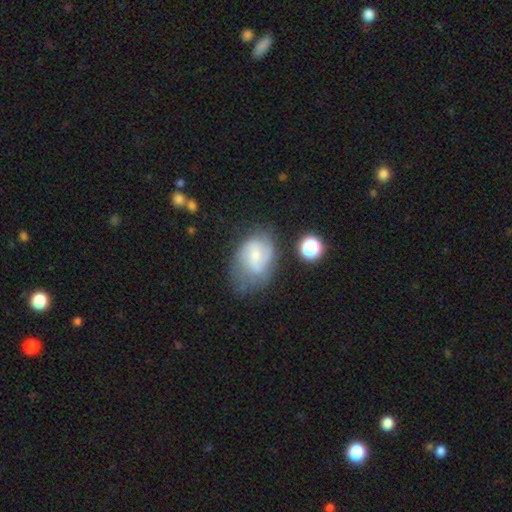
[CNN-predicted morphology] Smooth or featured? Predicted: featured or disk (p=0.58). Edge-on disk? Predicted: no (p=0.97). Bar? Predicted: weak (p=0.48). Spiral arms? Predicted: yes (p=0.85). Bulge size? Predicted: small (p=0.56). Merging? Predicted: none (p=0.49).